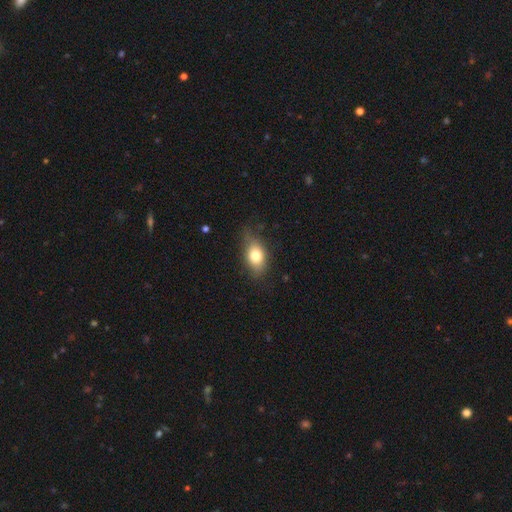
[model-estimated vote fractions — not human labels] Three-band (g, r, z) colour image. It shows a smooth galaxy with no disk features (76%) that is in between round and cigar-shaped (79%). Merging: none (68%).